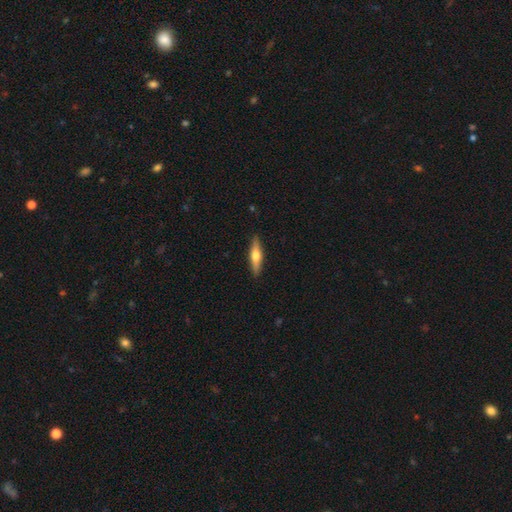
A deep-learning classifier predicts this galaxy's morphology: The model was most divided on "smooth or featured": featured or disk: 51%, smooth: 43%, star or artifact: 6%. More confident: edge-on disk — yes (94%); merging — none (90%).